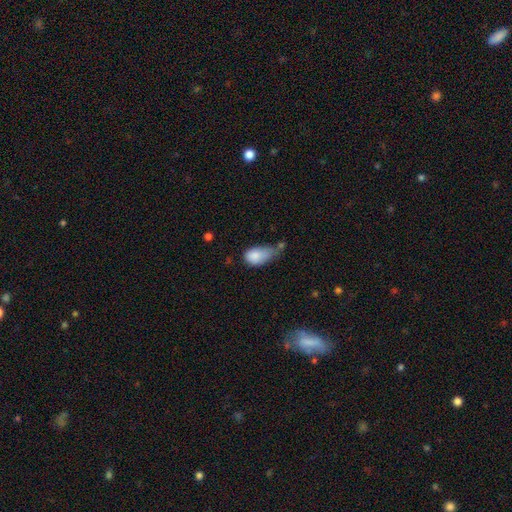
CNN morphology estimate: Smooth or featured? smooth (81%)
How rounded? in between (86%)
Merging? minor disturbance (38%)